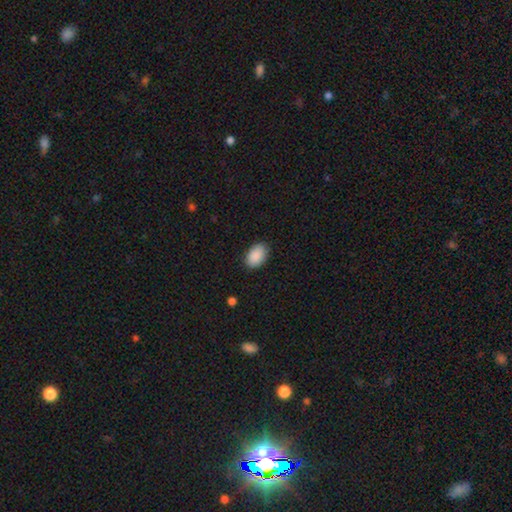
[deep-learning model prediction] smooth_or_featured: smooth (p=0.90) [alt: star or artifact p=0.07]
how_rounded: in between (p=0.88) [alt: round p=0.10]
merging: none (p=0.86) [alt: minor disturbance p=0.11]